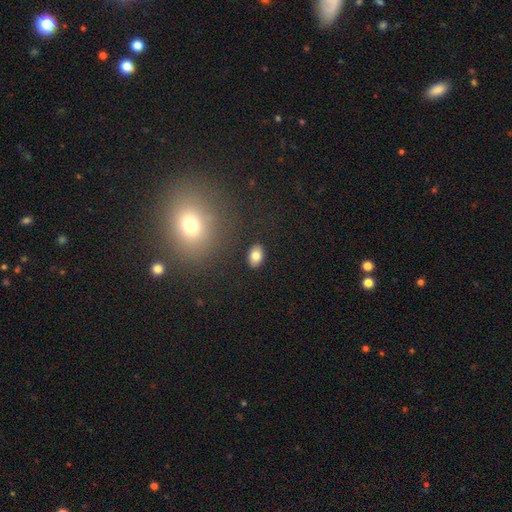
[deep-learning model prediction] Q: Smooth or featured?
A: smooth (81%); runner-up: featured or disk (10%)
Q: How rounded?
A: in between (84%); runner-up: round (14%)
Q: Merging?
A: none (88%); runner-up: minor disturbance (8%)